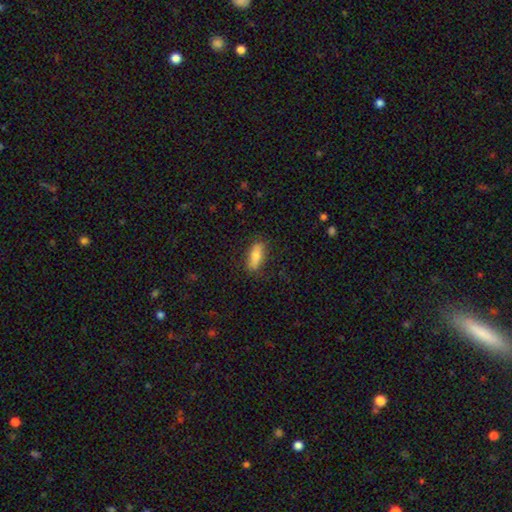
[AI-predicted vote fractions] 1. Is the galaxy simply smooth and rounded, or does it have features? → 74% smooth, 19% featured or disk, 7% star or artifact.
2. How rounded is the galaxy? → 73% in between, 24% cigar-shaped, 3% round.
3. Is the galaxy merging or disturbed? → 83% none, 13% minor disturbance, 3% major disturbance, 1% merger.